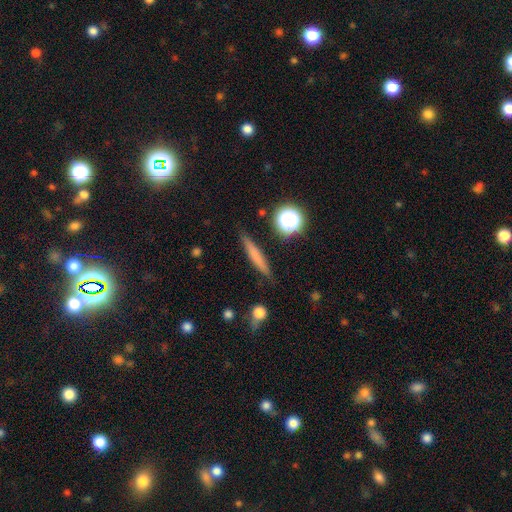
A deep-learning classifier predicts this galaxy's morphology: The model was most divided on "smooth or featured": smooth: 66%, featured or disk: 25%, star or artifact: 10%. More confident: how rounded — cigar-shaped (90%); merging — none (86%).